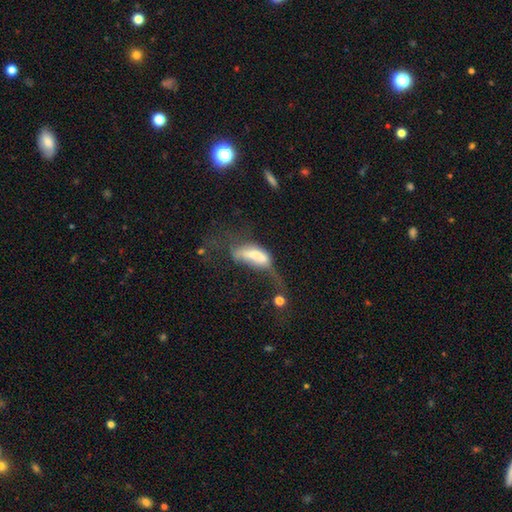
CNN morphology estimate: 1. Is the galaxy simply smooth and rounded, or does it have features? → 58% smooth, 32% featured or disk, 9% star or artifact.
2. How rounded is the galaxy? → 65% in between, 32% cigar-shaped, 3% round.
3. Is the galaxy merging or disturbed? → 52% major disturbance, 19% merger, 15% minor disturbance, 13% none.